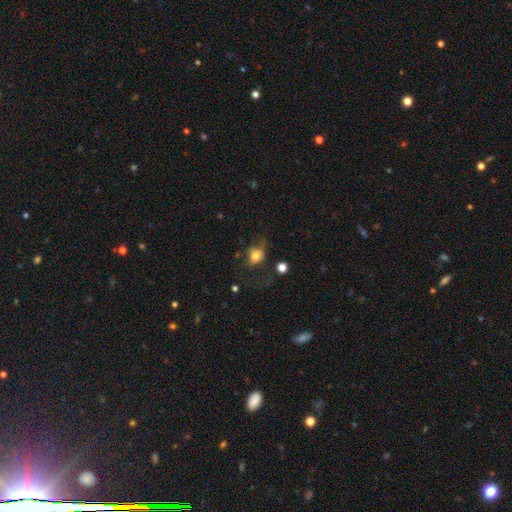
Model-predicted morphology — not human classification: smooth 73%, featured or disk 16%, star or artifact 11%. Down the decision tree: how rounded — round (62%); merging — none (44%).